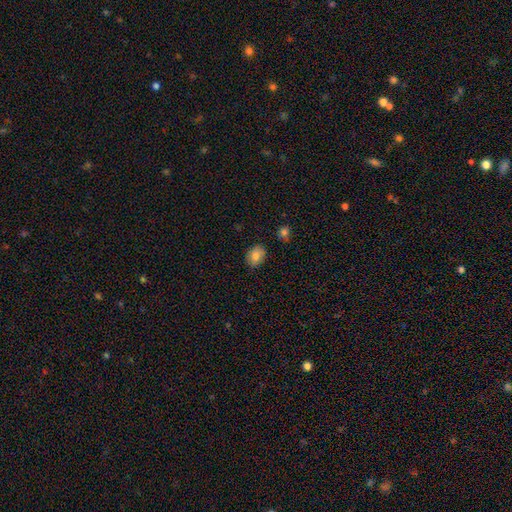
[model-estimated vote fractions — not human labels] A smooth galaxy with no disk features (82%) that is in between round and cigar-shaped (66%). Merging: none (83%).